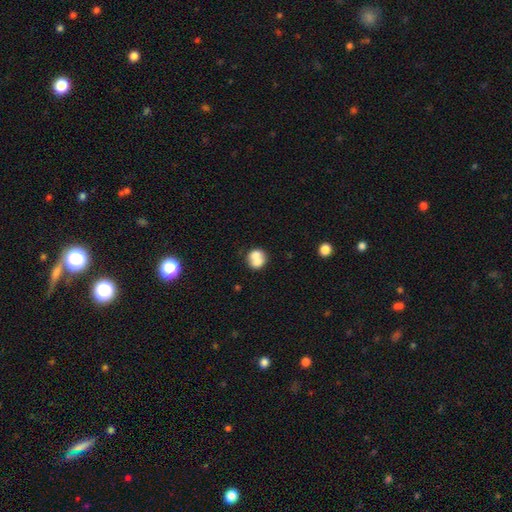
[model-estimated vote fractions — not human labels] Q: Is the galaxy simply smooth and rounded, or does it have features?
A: smooth — 67%.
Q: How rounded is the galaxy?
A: round — 68%.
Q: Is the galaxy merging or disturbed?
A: merger — 61%.